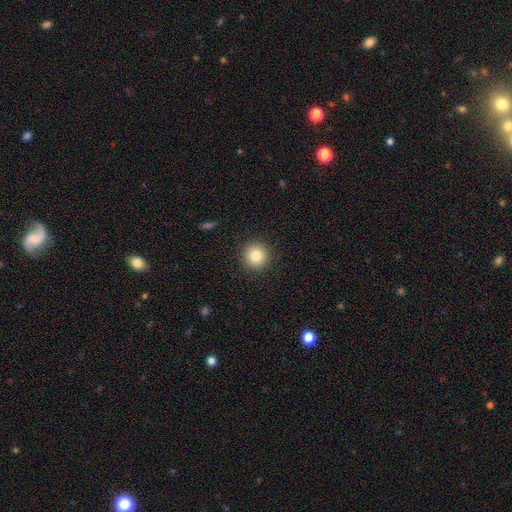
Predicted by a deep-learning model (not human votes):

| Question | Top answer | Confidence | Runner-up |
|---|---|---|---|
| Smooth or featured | smooth | 83% | star or artifact (10%) |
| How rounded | round | 94% | in between (5%) |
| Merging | none | 92% | minor disturbance (5%) |